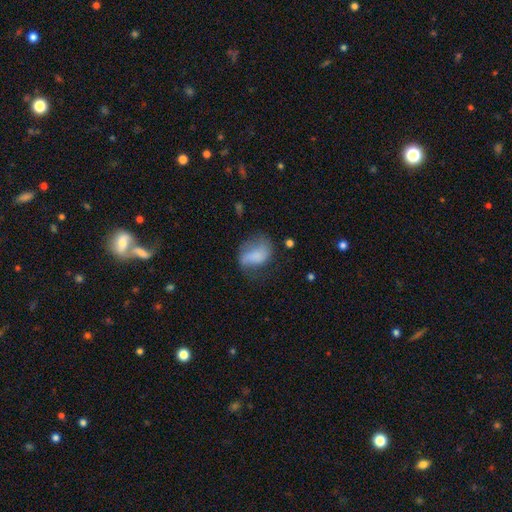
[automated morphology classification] smooth_or_featured: smooth (p=0.61) [alt: featured or disk p=0.30]
how_rounded: in between (p=0.78) [alt: round p=0.20]
merging: none (p=0.37) [alt: minor disturbance p=0.30]